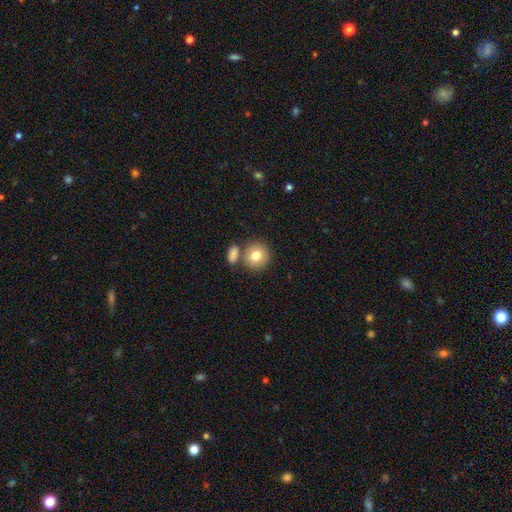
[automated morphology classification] Smooth or featured? smooth (80%)
How rounded? round (85%)
Merging? none (67%)